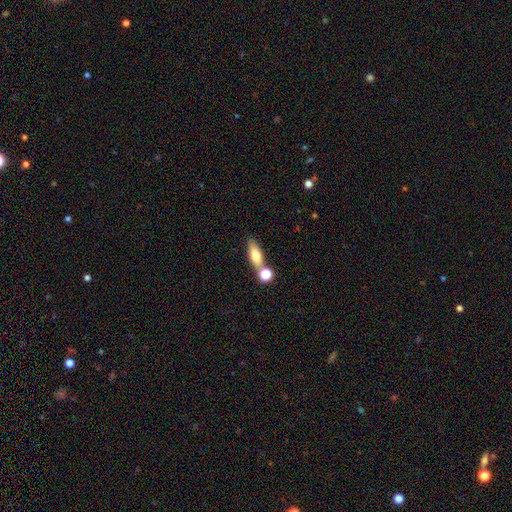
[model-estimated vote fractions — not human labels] A smooth galaxy with no disk features (74%) that is in between round and cigar-shaped (68%). Merging: none (53%).